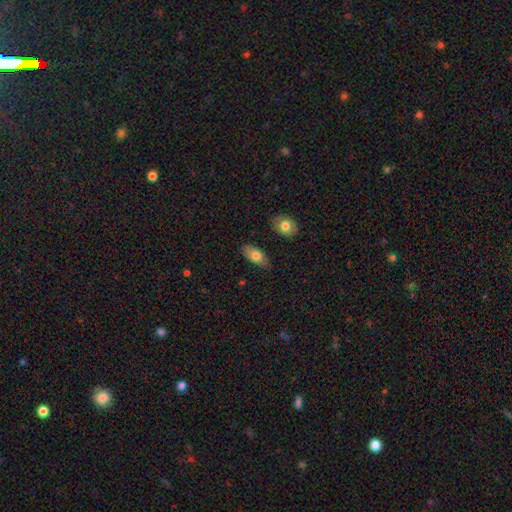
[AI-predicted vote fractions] A smooth galaxy with no disk features (74%) that is in between round and cigar-shaped (88%). Merging: none (81%).